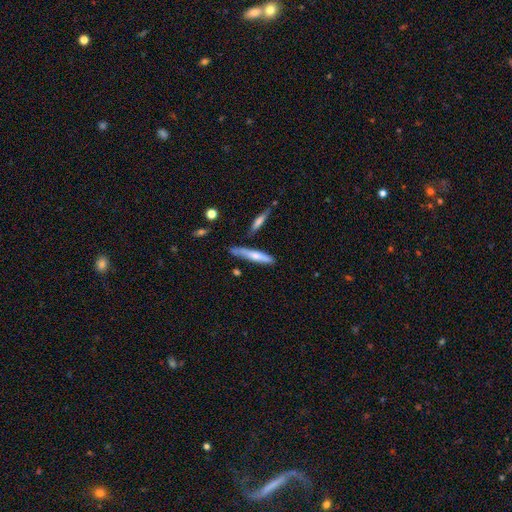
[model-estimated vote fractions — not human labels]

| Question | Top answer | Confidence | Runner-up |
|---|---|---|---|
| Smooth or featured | smooth | 62% | featured or disk (32%) |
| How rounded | cigar-shaped | 87% | in between (12%) |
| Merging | none | 62% | minor disturbance (23%) |